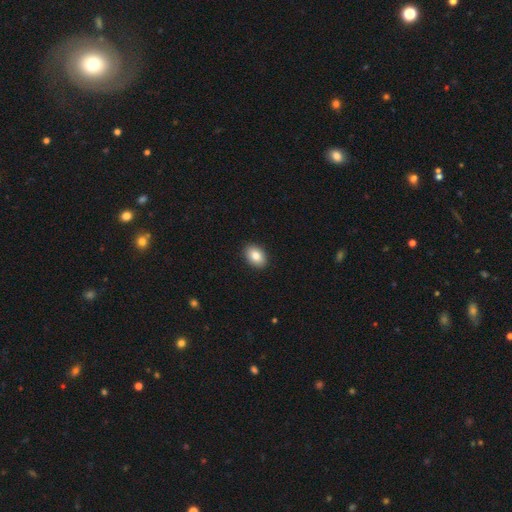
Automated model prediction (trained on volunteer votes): Smooth or featured?
  - smooth: 85% *
  - star or artifact: 8%
  - featured or disk: 8%
How rounded?
  - in between: 83% *
  - round: 16%
  - cigar-shaped: 1%
Merging?
  - none: 91% *
  - minor disturbance: 7%
  - major disturbance: 2%
  - merger: 1%